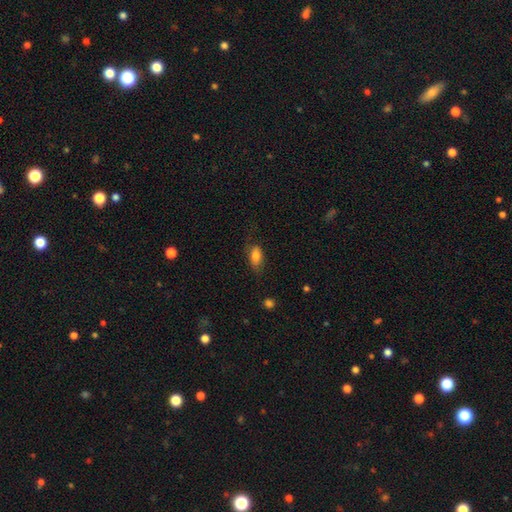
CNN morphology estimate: Smooth or featured: smooth — 79% (featured or disk — 14%)
How rounded: in between — 87% (cigar-shaped — 8%)
Merging: none — 63% (minor disturbance — 25%)